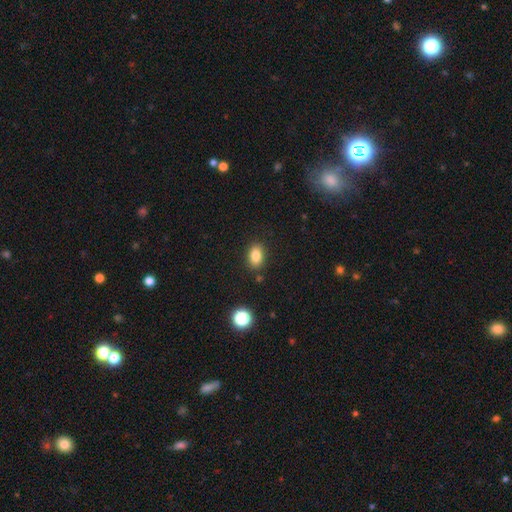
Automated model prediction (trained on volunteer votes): This appears to be a smooth galaxy with no disk features (84%) that is in between round and cigar-shaped (81%). Merging: none (85%).